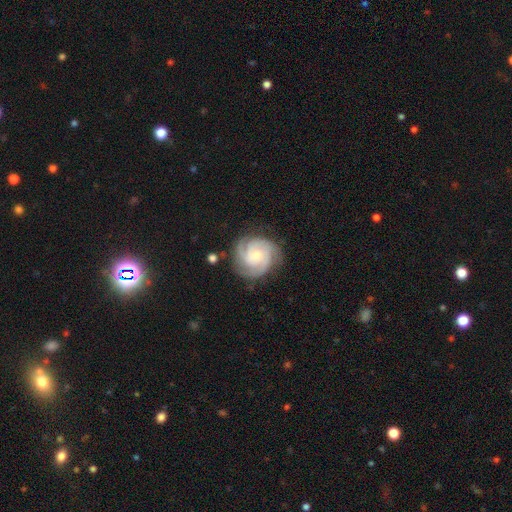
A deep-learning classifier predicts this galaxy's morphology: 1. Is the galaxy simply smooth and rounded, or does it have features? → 85% featured or disk, 10% smooth, 5% star or artifact.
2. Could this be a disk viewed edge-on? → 98% no, 2% yes.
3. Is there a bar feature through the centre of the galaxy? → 72% no, 24% weak, 4% strong.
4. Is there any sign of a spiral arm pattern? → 97% yes, 3% no.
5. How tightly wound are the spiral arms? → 64% tight, 31% medium, 5% loose.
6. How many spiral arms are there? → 53% 3, 14% 4, 12% 2, 12% can't tell, 4% 1, 4% more than 4.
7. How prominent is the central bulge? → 56% small, 38% moderate, 2% large, 2% none, 1% dominant.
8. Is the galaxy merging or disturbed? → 77% none, 16% minor disturbance, 6% major disturbance, 1% merger.